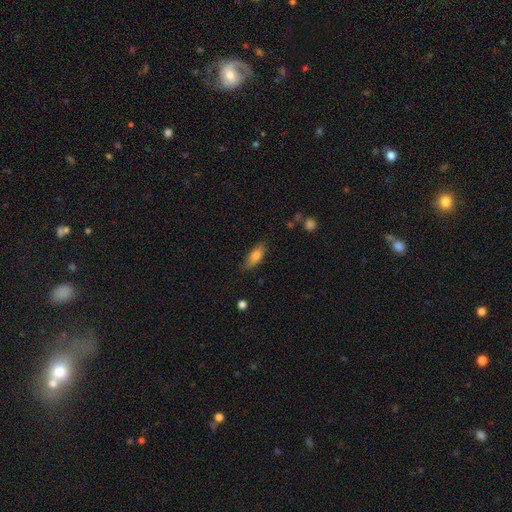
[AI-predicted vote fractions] The model was most divided on "how rounded": in between: 75%, cigar-shaped: 22%, round: 3%. More confident: smooth or featured — smooth (80%); merging — none (74%).